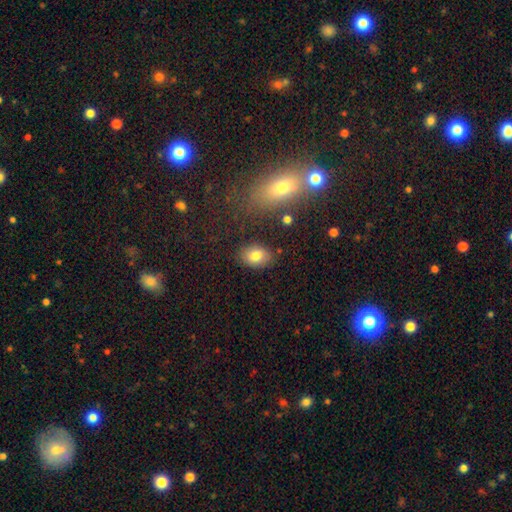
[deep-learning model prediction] Smooth or featured?
  - smooth: 80% *
  - featured or disk: 11%
  - star or artifact: 9%
How rounded?
  - in between: 79% *
  - round: 20%
  - cigar-shaped: 1%
Merging?
  - none: 83% *
  - minor disturbance: 11%
  - major disturbance: 3%
  - merger: 3%